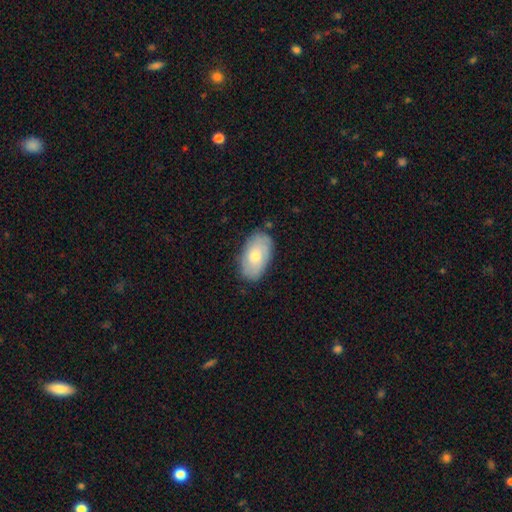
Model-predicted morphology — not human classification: The model was most divided on "smooth or featured": smooth: 63%, featured or disk: 30%, star or artifact: 6%. More confident: how rounded — in between (94%); merging — none (80%).